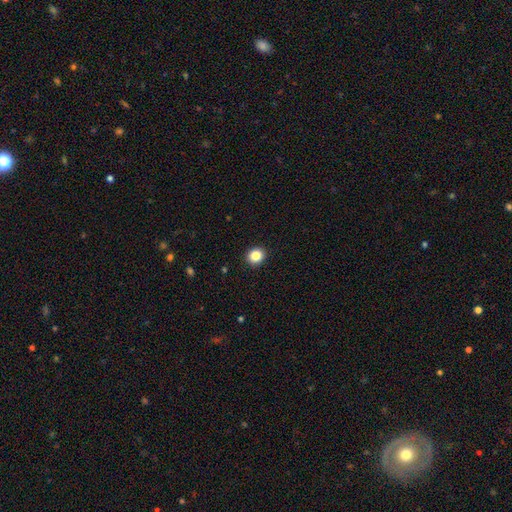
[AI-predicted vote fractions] Overall: smooth (86%). How rounded: round (80%). Merging: none (92%).